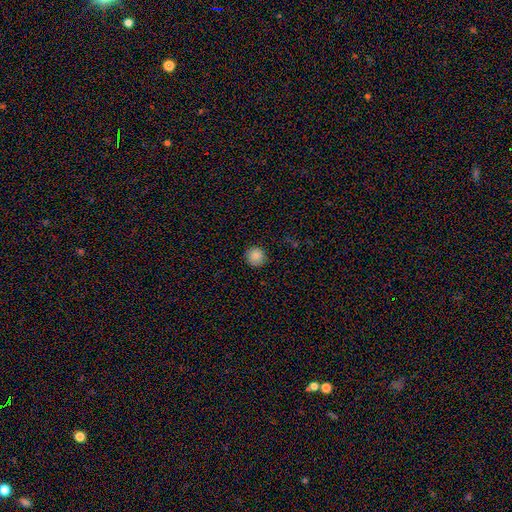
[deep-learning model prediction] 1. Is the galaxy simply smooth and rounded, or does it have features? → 87% smooth, 10% star or artifact, 3% featured or disk.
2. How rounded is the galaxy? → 94% round, 5% in between, 1% cigar-shaped.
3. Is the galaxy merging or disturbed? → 88% none, 8% minor disturbance, 2% major disturbance, 1% merger.